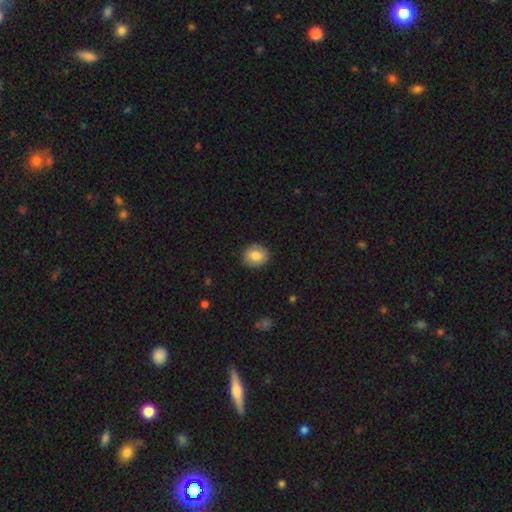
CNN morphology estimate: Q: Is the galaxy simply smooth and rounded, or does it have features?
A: smooth — 81%.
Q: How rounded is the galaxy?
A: round — 73%.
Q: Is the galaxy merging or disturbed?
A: none — 89%.